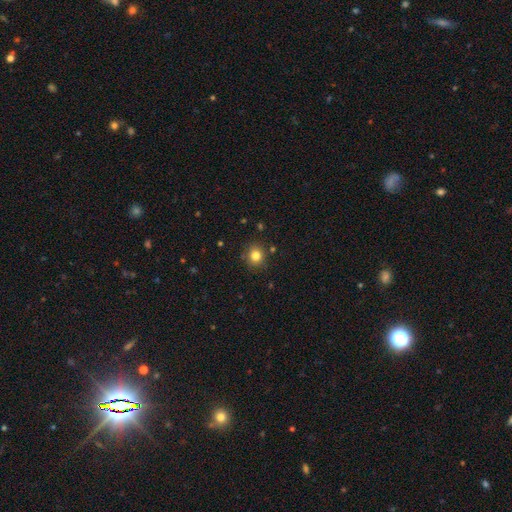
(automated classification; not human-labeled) Smooth or featured: smooth — 81% (star or artifact — 13%)
How rounded: round — 86% (in between — 13%)
Merging: none — 86% (minor disturbance — 9%)